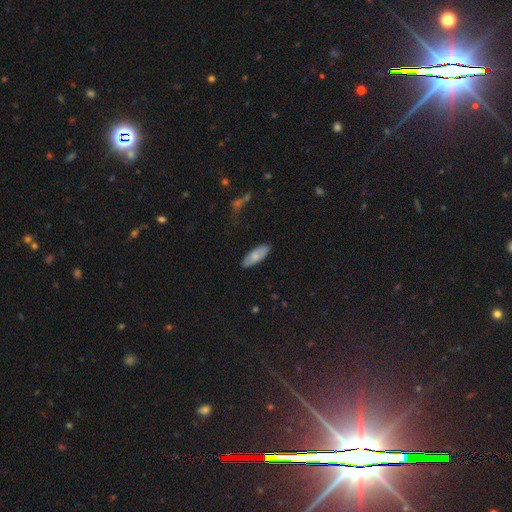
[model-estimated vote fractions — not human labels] Smooth or featured: smooth — 74% (featured or disk — 20%)
How rounded: in between — 70% (cigar-shaped — 28%)
Merging: none — 85% (minor disturbance — 12%)